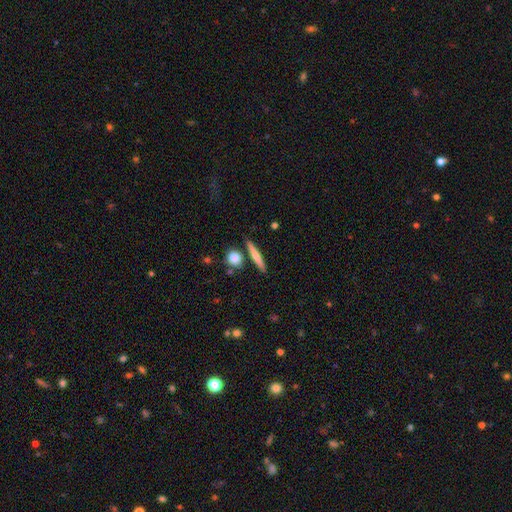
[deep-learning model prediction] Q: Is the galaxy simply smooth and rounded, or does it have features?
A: smooth — 64%.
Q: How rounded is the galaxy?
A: cigar-shaped — 86%.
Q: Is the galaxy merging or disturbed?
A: none — 83%.